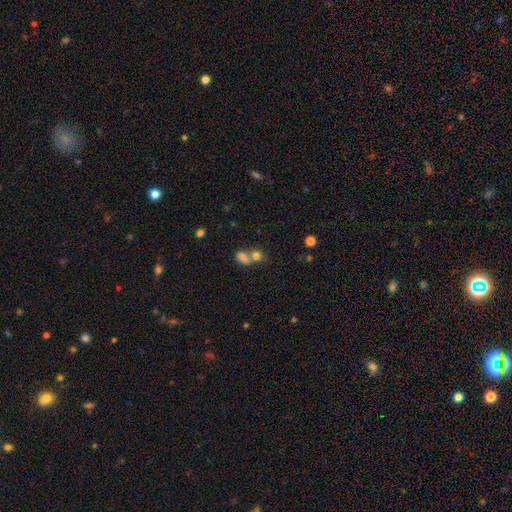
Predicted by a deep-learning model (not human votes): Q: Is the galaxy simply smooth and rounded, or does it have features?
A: smooth — 63%.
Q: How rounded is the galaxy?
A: round — 48%, tied with in between.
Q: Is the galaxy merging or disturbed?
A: merger — 48%.